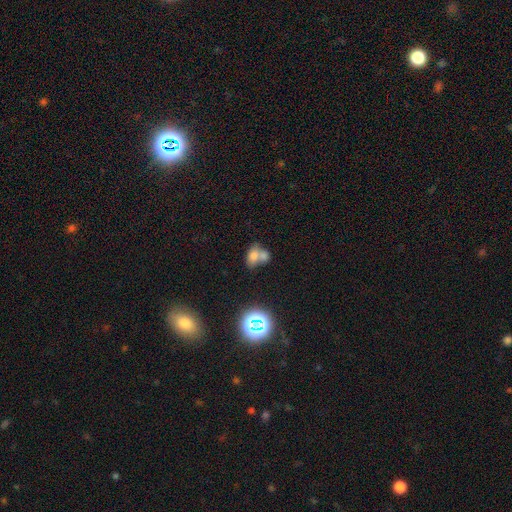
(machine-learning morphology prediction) A smooth galaxy with no disk features (65%) that is in between round and cigar-shaped (69%).

Vote fractions:
- Smooth or featured? smooth: 65% / featured or disk: 18% / star or artifact: 17%
- How rounded? in between: 69% / round: 30% / cigar-shaped: 2%
- Merging? merger: 64% / none: 22% / minor disturbance: 9% / major disturbance: 6%